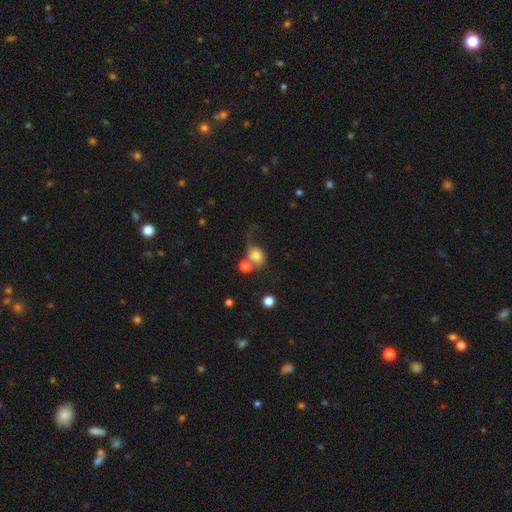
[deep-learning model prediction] A smooth galaxy with no disk features (73%) that is round (61%).

Vote fractions:
- Smooth or featured? smooth: 73% / featured or disk: 16% / star or artifact: 11%
- How rounded? round: 61% / in between: 38% / cigar-shaped: 1%
- Merging? none: 30% / merger: 27% / major disturbance: 25% / minor disturbance: 18%